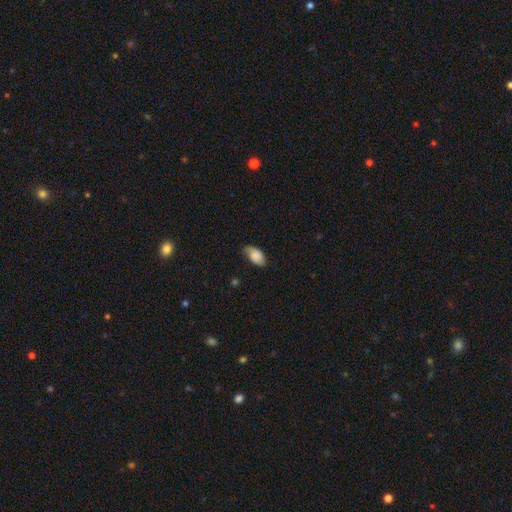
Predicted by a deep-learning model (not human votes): The model was most divided on "merging": none: 56%, minor disturbance: 33%, major disturbance: 9%, merger: 2%. More confident: how rounded — in between (93%); smooth or featured — smooth (73%).